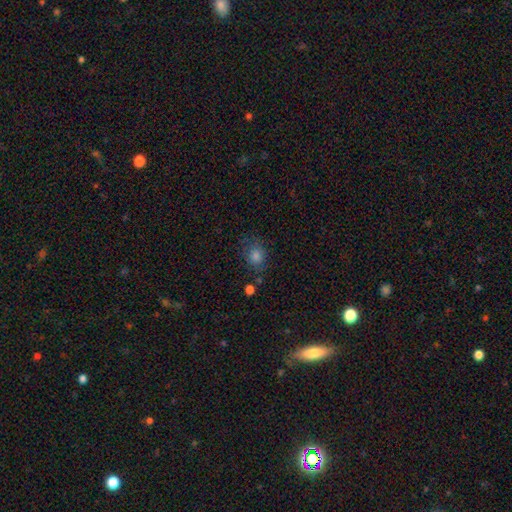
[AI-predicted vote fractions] This appears to be a smooth galaxy with no disk features (73%) that is round (68%). Merging: none (72%).